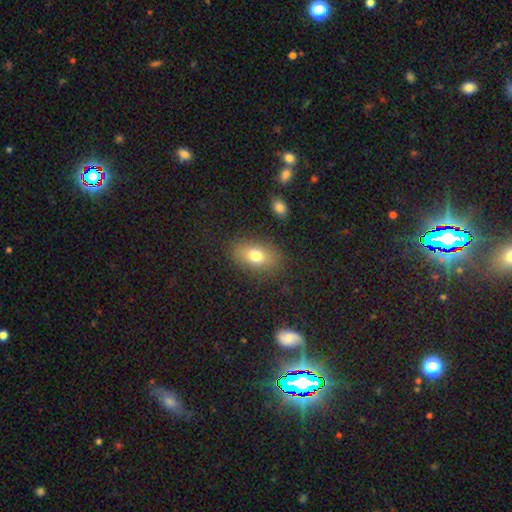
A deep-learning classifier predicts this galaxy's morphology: Q: Smooth or featured?
A: smooth (74%); runner-up: featured or disk (14%)
Q: How rounded?
A: in between (82%); runner-up: round (15%)
Q: Merging?
A: none (82%); runner-up: minor disturbance (12%)